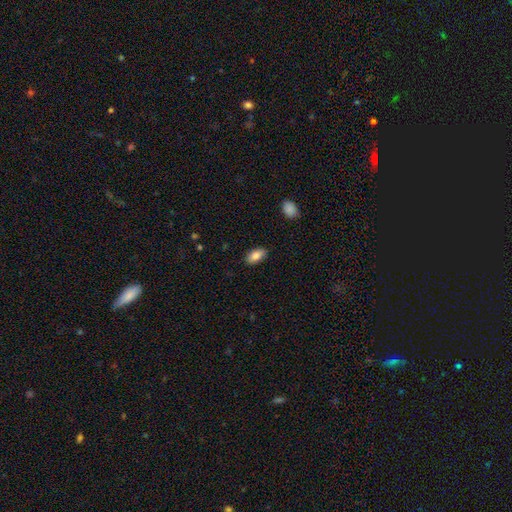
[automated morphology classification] Q: Smooth or featured?
A: smooth (83%); runner-up: featured or disk (10%)
Q: How rounded?
A: in between (92%); runner-up: cigar-shaped (4%)
Q: Merging?
A: none (88%); runner-up: minor disturbance (9%)